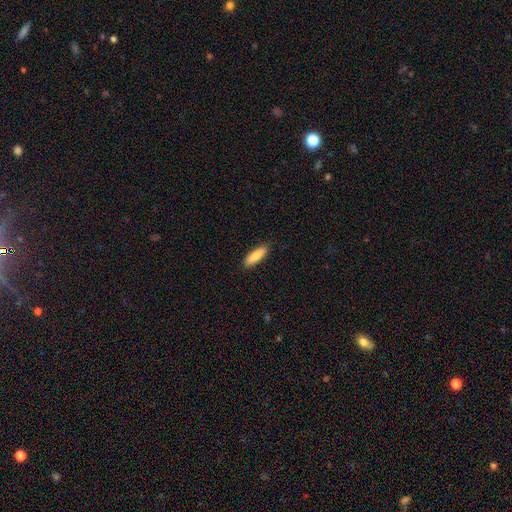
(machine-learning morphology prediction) Smooth or featured?
  - smooth: 81% *
  - featured or disk: 13%
  - star or artifact: 6%
How rounded?
  - cigar-shaped: 49% * (tied)
  - in between: 49% * (tied)
  - round: 2%
Merging?
  - none: 88% *
  - minor disturbance: 9%
  - major disturbance: 2%
  - merger: 1%